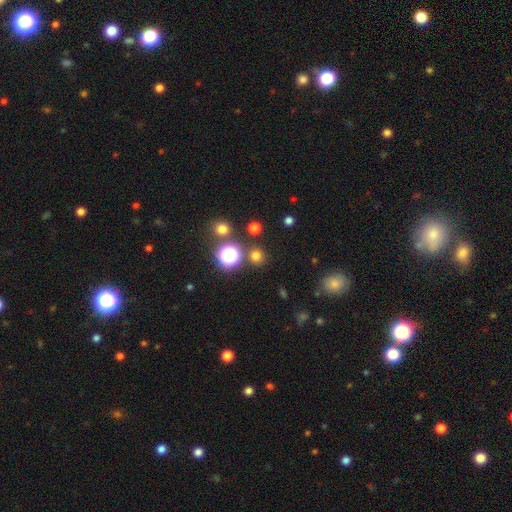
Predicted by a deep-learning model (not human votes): A smooth galaxy with no disk features (68%) that is round (91%).

Vote fractions:
- Smooth or featured? smooth: 68% / star or artifact: 26% / featured or disk: 5%
- How rounded? round: 91% / in between: 8% / cigar-shaped: 1%
- Merging? none: 85% / minor disturbance: 7% / merger: 5% / major disturbance: 3%